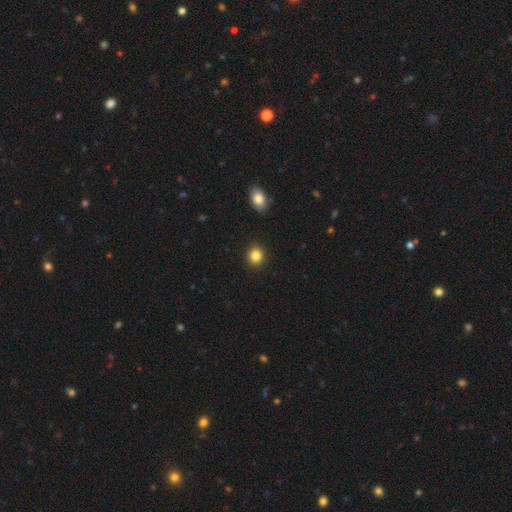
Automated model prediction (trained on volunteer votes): smooth 86%, star or artifact 10%, featured or disk 4%. Down the decision tree: how rounded — round (80%); merging — none (91%).